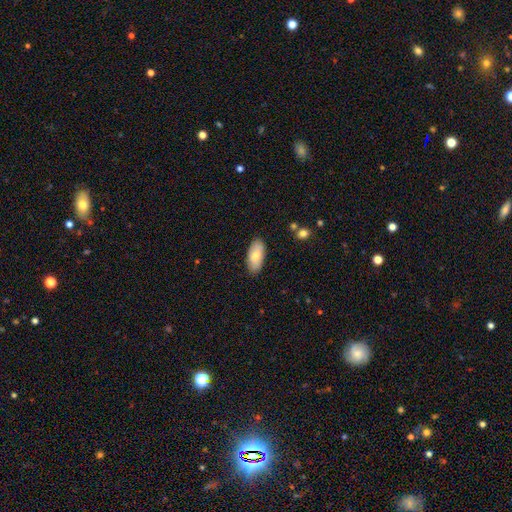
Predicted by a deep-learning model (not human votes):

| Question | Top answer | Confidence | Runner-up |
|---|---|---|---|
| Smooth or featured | smooth | 74% | featured or disk (19%) |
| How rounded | in between | 90% | cigar-shaped (7%) |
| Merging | none | 86% | minor disturbance (11%) |